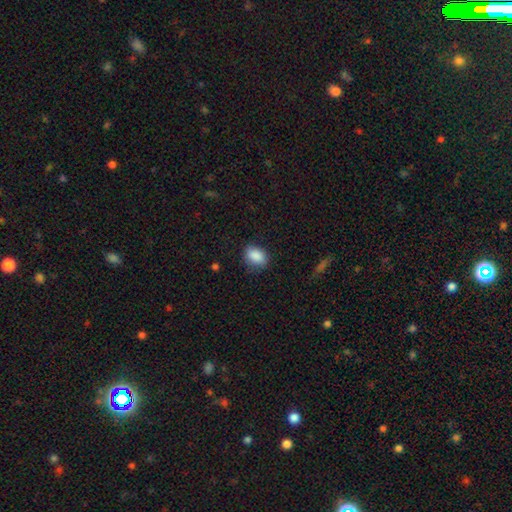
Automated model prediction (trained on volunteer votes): Morphology: type=smooth (88%); roundness=in between (75%); merging=none (76%).